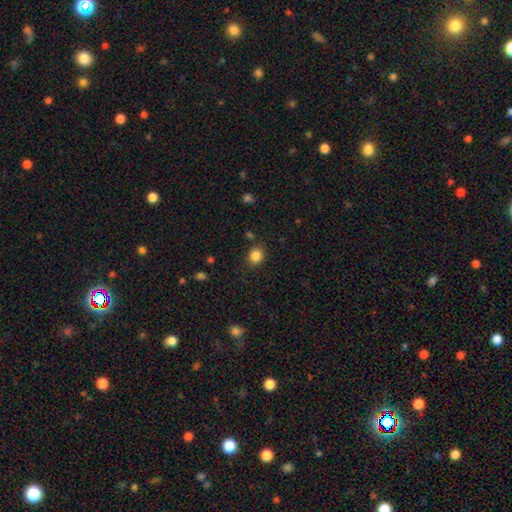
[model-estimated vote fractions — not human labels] A smooth galaxy with no disk features (85%) that is round (75%). Merging: none (84%).